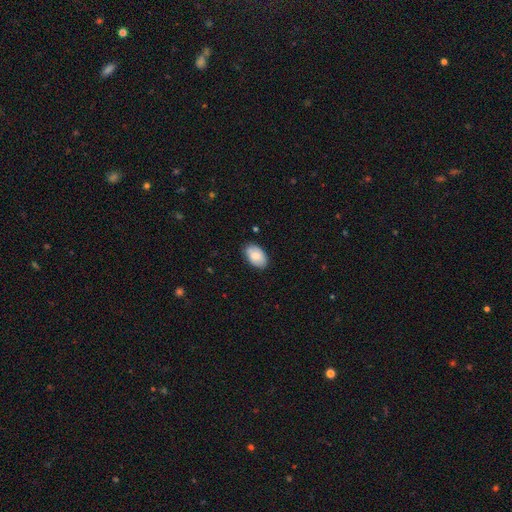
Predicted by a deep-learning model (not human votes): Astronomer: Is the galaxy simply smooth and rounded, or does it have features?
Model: smooth — 81%.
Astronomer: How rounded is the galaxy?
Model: in between — 92%.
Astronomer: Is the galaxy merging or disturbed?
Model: none — 82%.